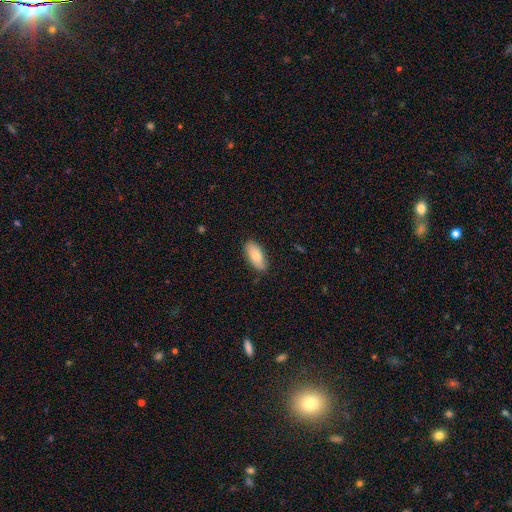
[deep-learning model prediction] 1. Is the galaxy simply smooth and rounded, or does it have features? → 79% smooth, 15% featured or disk, 6% star or artifact.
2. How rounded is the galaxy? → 89% in between, 9% cigar-shaped, 2% round.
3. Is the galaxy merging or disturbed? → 84% none, 13% minor disturbance, 2% major disturbance, 1% merger.